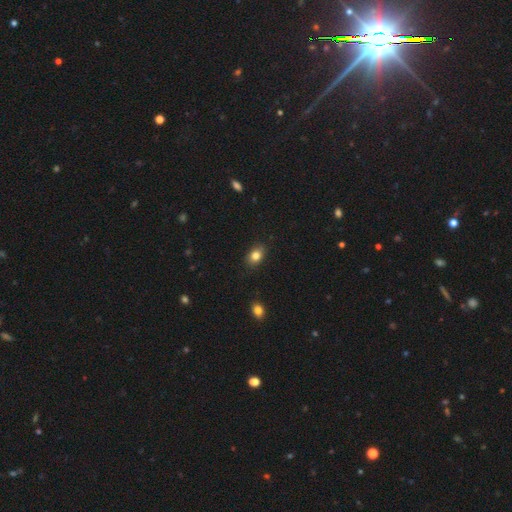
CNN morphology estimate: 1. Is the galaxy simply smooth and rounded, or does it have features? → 82% smooth, 10% star or artifact, 8% featured or disk.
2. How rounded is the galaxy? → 75% in between, 24% round, 2% cigar-shaped.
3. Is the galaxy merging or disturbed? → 85% none, 12% minor disturbance, 2% major disturbance, 1% merger.